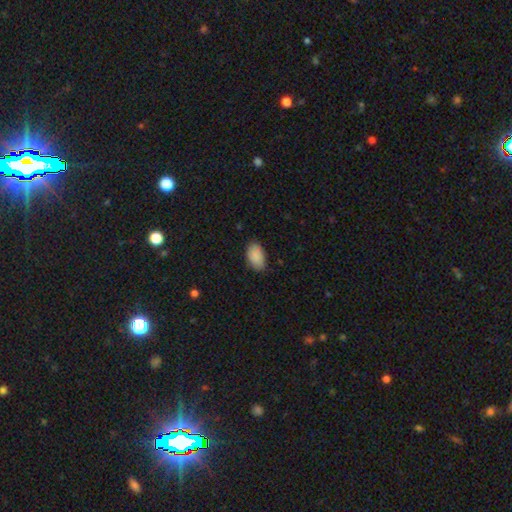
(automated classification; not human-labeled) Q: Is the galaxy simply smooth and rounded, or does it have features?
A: smooth — 90%.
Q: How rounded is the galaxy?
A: in between — 94%.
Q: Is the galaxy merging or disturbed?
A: none — 81%.